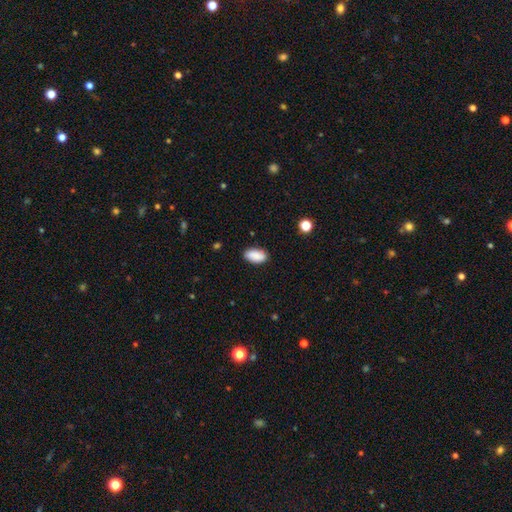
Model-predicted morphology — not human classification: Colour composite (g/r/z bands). It shows a smooth galaxy with no disk features (89%) that is in between round and cigar-shaped (94%). Merging: none (86%).